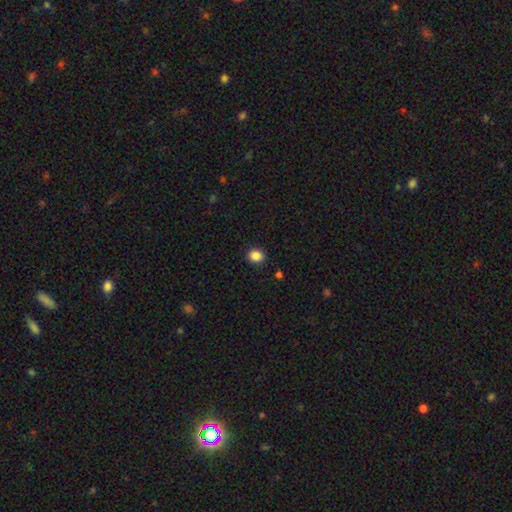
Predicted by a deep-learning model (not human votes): This is clearly a smooth galaxy (87%). How rounded: likely round (63%). Merging: clearly none (90%).